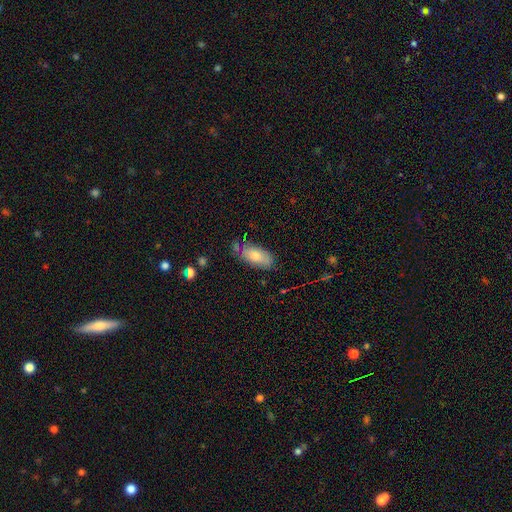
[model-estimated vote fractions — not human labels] Overall: smooth (78%). How rounded: in between (89%). Merging: none (69%).